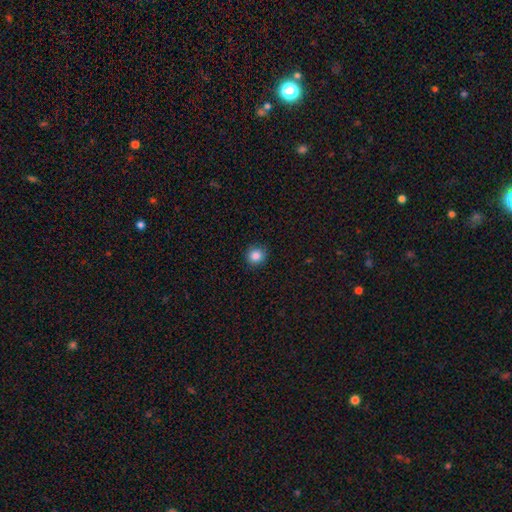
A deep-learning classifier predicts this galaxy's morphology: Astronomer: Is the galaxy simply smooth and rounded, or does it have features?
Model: smooth — 86%.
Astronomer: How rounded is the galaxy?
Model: round — 92%.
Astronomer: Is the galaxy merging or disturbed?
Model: none — 91%.